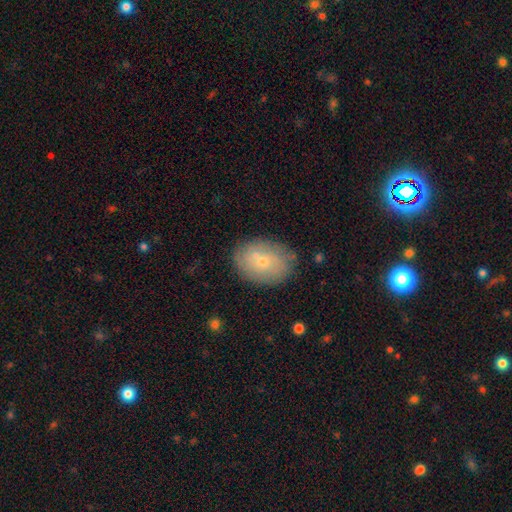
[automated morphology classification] smooth_or_featured: smooth (p=0.59) [alt: featured or disk p=0.33]
how_rounded: in between (p=0.64) [alt: round p=0.35]
merging: none (p=0.68) [alt: minor disturbance p=0.17]